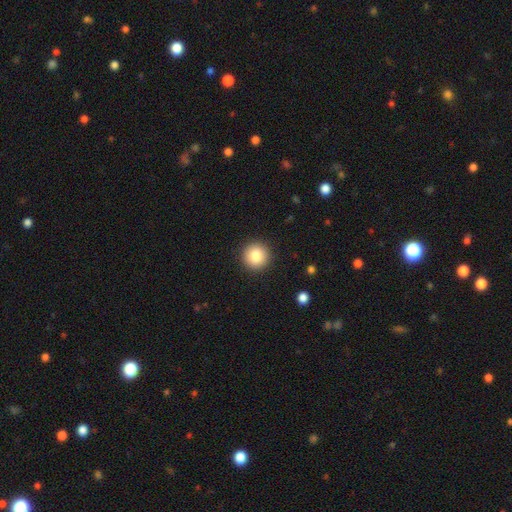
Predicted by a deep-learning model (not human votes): Smooth or featured?
  - smooth: 83% *
  - star or artifact: 9%
  - featured or disk: 8%
How rounded?
  - round: 95% *
  - in between: 4%
  - cigar-shaped: 1%
Merging?
  - none: 92% *
  - minor disturbance: 5%
  - major disturbance: 2%
  - merger: 1%